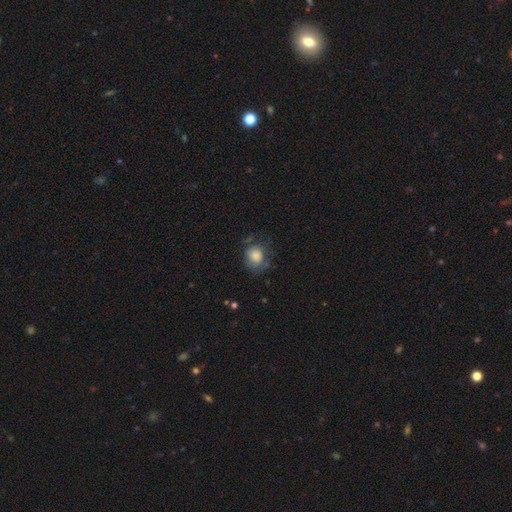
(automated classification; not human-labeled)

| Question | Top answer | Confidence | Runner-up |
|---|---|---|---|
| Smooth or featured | smooth | 77% | featured or disk (15%) |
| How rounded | round | 75% | in between (24%) |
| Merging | none | 57% | minor disturbance (26%) |